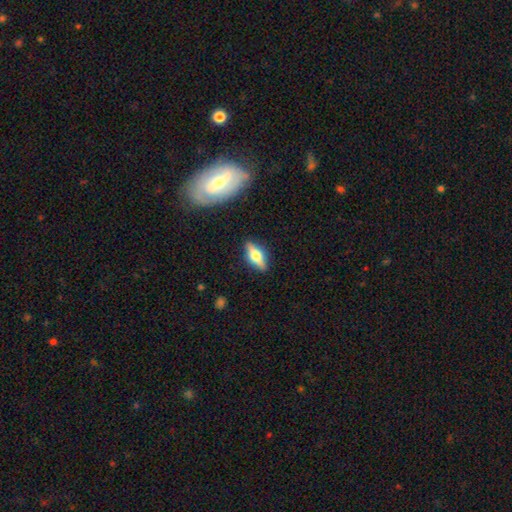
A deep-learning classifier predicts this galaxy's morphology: A featured or disk galaxy (57%) viewed edge-on (92%) with a rounded central bulge (93%). Merging: none (87%).